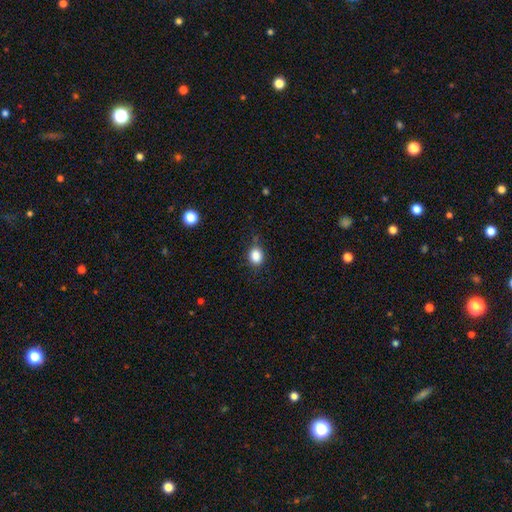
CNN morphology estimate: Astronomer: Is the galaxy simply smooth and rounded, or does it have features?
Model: smooth — 86%.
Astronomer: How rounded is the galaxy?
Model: round — 55% (runner-up: in between, 44%).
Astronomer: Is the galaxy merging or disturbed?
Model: none — 74%.